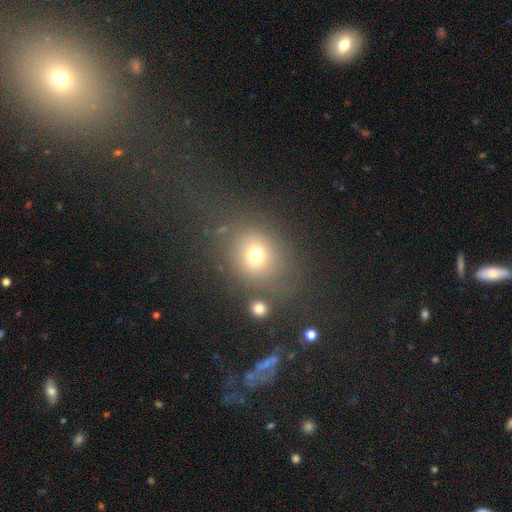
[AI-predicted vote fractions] smooth 70%, star or artifact 17%, featured or disk 12%. Down the decision tree: how rounded — round (60%); merging — none (69%).